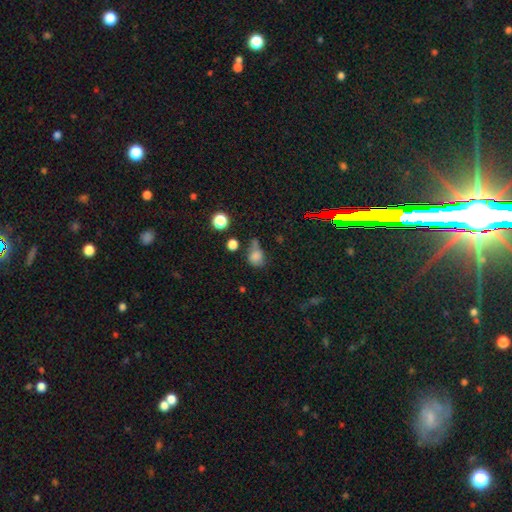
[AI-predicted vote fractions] The model was most divided on "merging": none: 38%, minor disturbance: 26%, merger: 21%, major disturbance: 16%. More confident: smooth or featured — smooth (75%); how rounded — round (59%).